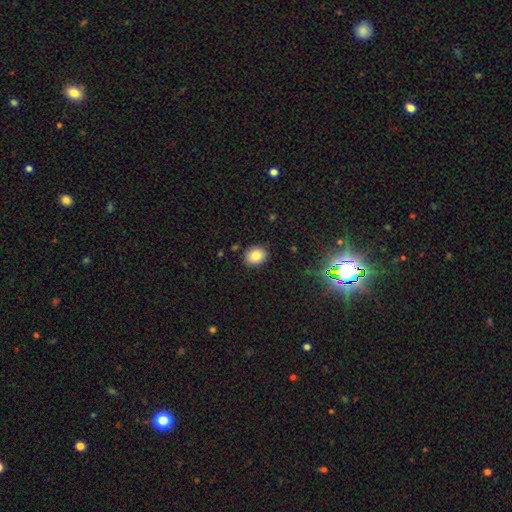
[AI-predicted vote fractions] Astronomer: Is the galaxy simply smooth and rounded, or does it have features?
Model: smooth — 82%.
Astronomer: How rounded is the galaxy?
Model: in between — 51% (runner-up: round, 48%).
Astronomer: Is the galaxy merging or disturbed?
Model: none — 88%.